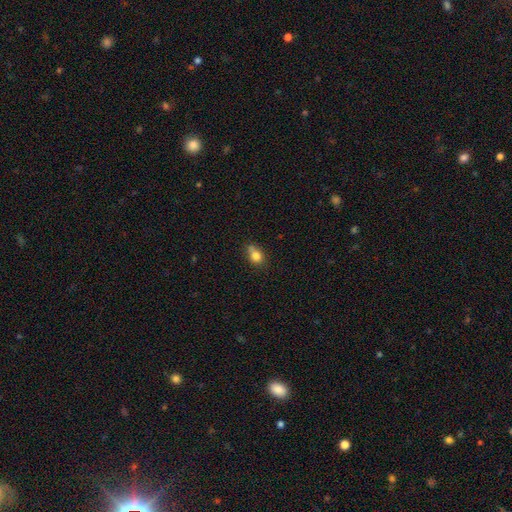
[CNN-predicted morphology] Smooth or featured: smooth — 80% (star or artifact — 10%)
How rounded: in between — 54% (round — 43%)
Merging: none — 52% (minor disturbance — 29%)